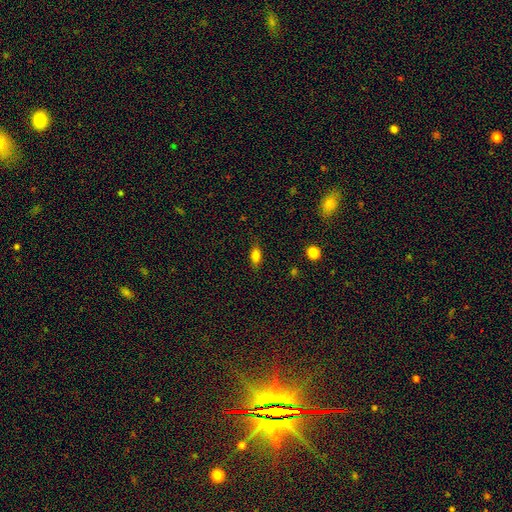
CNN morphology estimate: type=smooth (81%); roundness=in between (83%); merging=none (82%).